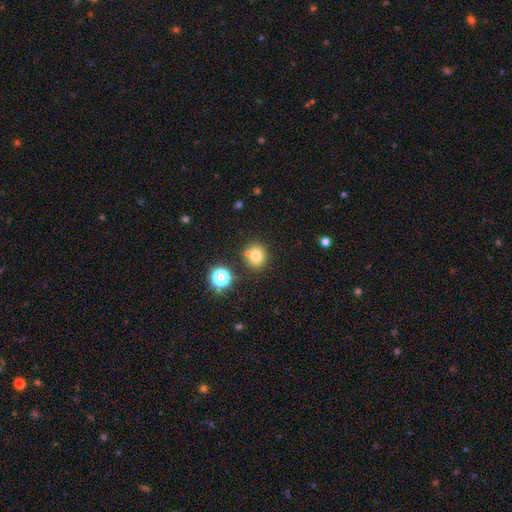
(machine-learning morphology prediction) This is likely a smooth galaxy (77%). How rounded: likely round (76%). Merging: likely none (70%).